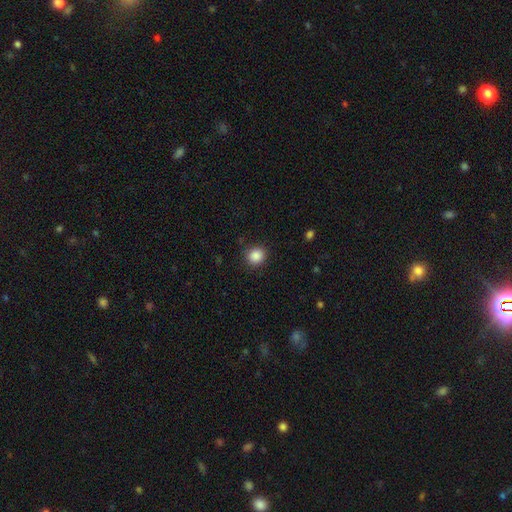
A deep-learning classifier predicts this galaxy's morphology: Smooth or featured?
  - smooth: 87% *
  - star or artifact: 10%
  - featured or disk: 3%
How rounded?
  - round: 84% *
  - in between: 15%
  - cigar-shaped: 1%
Merging?
  - none: 87% *
  - minor disturbance: 9%
  - major disturbance: 3%
  - merger: 1%